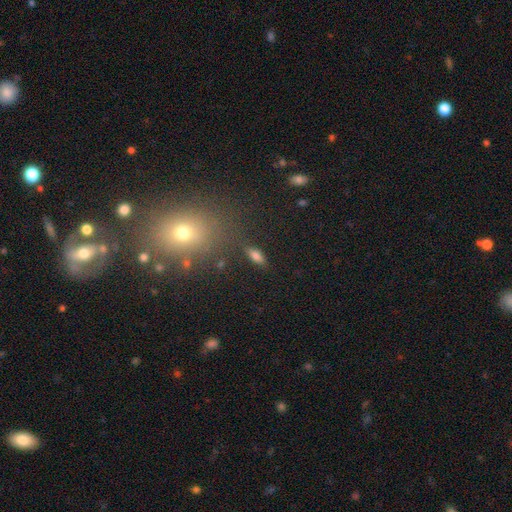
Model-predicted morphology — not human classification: smooth_or_featured: smooth (p=0.78) [alt: star or artifact p=0.11]
how_rounded: in between (p=0.76) [alt: cigar-shaped p=0.19]
merging: none (p=0.81) [alt: minor disturbance p=0.11]